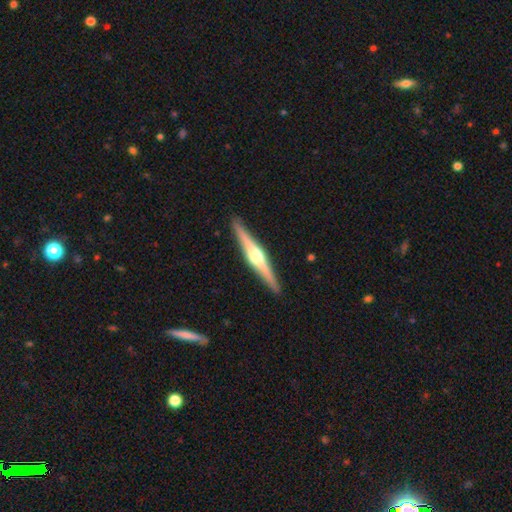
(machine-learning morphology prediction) smooth_or_featured: featured or disk (p=0.78) [alt: smooth p=0.18]
disk_edge_on: yes (p=0.98) [alt: no p=0.02]
edge_on_bulge: rounded (p=0.92) [alt: boxy p=0.05]
merging: none (p=0.92) [alt: minor disturbance p=0.06]